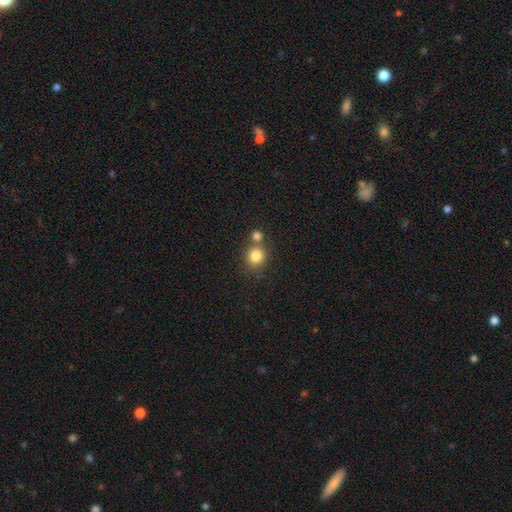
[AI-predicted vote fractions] Smooth or featured? smooth (82%)
How rounded? round (86%)
Merging? none (59%)